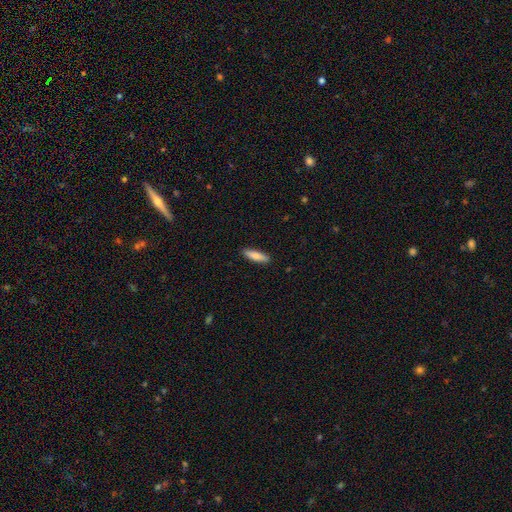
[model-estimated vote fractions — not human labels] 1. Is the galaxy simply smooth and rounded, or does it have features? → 82% smooth, 13% featured or disk, 6% star or artifact.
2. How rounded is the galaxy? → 66% cigar-shaped, 32% in between, 2% round.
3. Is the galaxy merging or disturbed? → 91% none, 7% minor disturbance, 2% major disturbance, 1% merger.